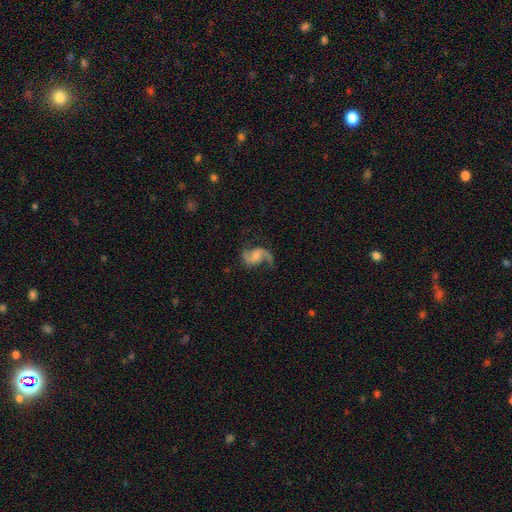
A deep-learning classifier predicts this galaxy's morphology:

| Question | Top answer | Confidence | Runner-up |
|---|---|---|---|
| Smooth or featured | featured or disk | 88% | smooth (7%) |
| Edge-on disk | no | 98% | yes (2%) |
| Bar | no | 49% | weak (41%) |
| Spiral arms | yes | 97% | no (3%) |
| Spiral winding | loose | 58% | medium (36%) |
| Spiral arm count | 2 | 90% | 1 (5%) |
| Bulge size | moderate | 32% | small (30%) |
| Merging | none | 69% | minor disturbance (16%) |